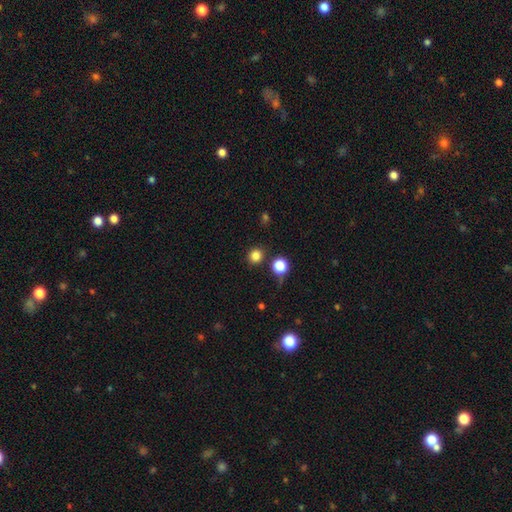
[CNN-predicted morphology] Overall: smooth (83%). How rounded: round (89%). Merging: none (83%).